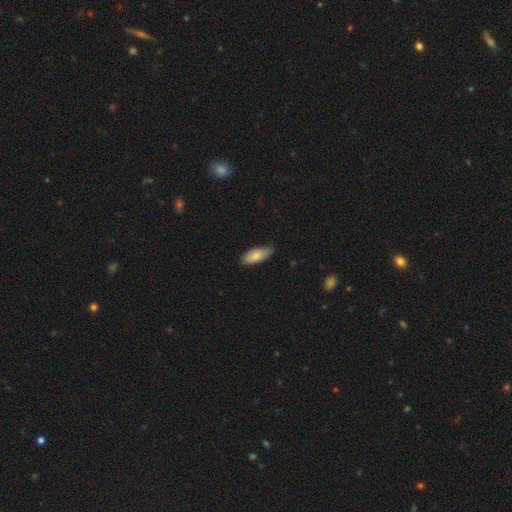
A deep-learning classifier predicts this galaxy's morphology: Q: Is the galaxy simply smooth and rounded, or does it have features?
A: smooth — 81%.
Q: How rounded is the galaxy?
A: in between — 81%.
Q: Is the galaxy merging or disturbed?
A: none — 69%.